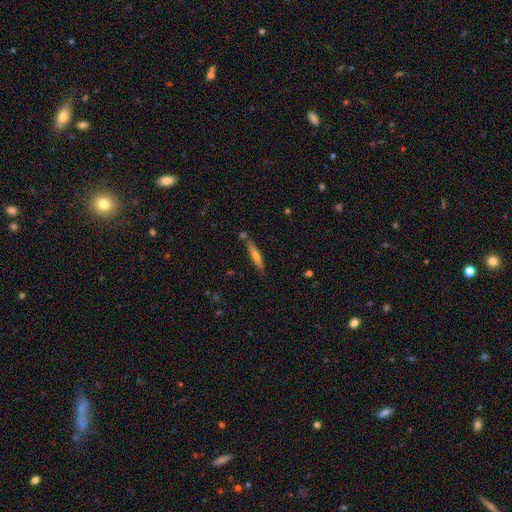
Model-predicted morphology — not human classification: Q: Smooth or featured?
A: smooth (49%); runner-up: featured or disk (44%)
Q: Merging?
A: none (77%); runner-up: minor disturbance (13%)